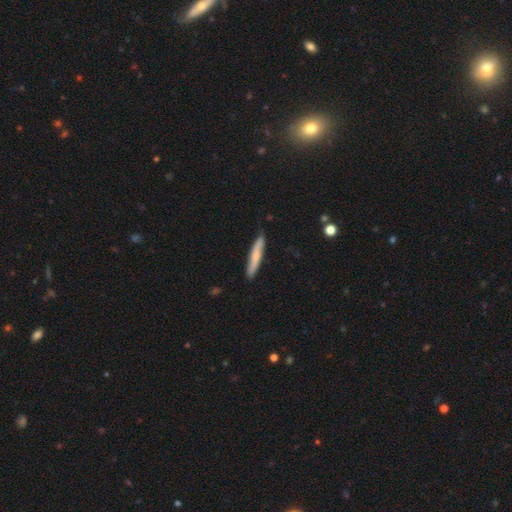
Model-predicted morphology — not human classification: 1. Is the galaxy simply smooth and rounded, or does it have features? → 61% smooth, 34% featured or disk, 5% star or artifact.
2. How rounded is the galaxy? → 92% cigar-shaped, 6% in between, 1% round.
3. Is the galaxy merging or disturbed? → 82% none, 15% minor disturbance, 2% major disturbance, 2% merger.